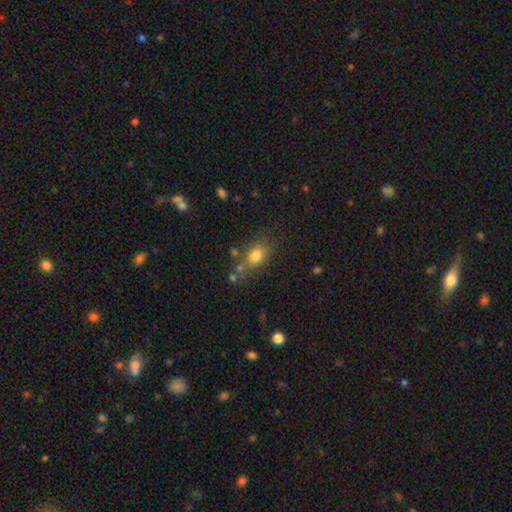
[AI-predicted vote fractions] Overall: smooth (77%). How rounded: in between (64%; round 34%). Merging: none (65%).